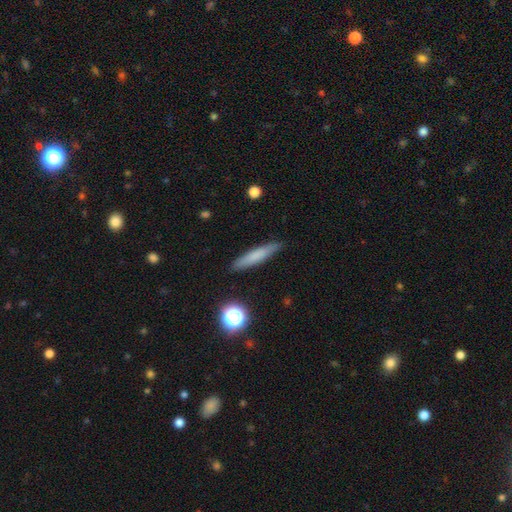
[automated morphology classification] Smooth or featured? smooth (69%)
How rounded? cigar-shaped (90%)
Merging? none (88%)